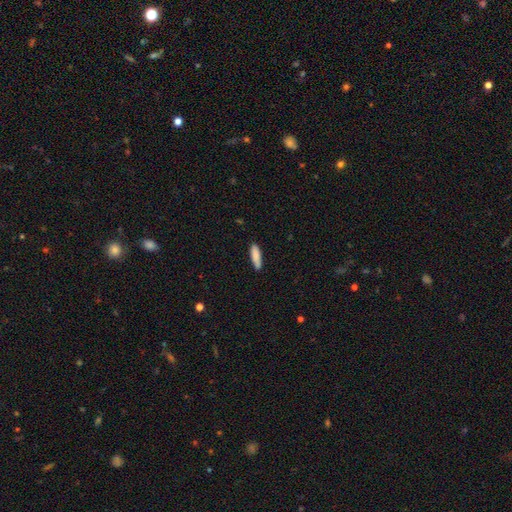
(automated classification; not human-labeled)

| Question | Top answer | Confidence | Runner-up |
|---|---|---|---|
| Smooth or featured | smooth | 86% | featured or disk (7%) |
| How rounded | cigar-shaped | 63% | in between (36%) |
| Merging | none | 80% | minor disturbance (16%) |